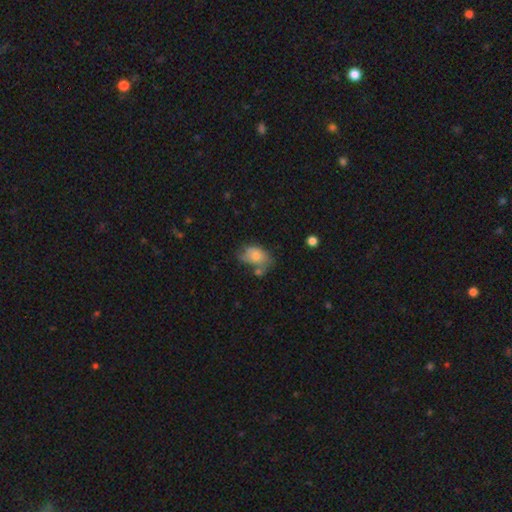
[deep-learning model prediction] A smooth galaxy with no disk features (68%) that is in between round and cigar-shaped (82%).

Vote fractions:
- Smooth or featured? smooth: 68% / featured or disk: 23% / star or artifact: 8%
- How rounded? in between: 82% / round: 17% / cigar-shaped: 1%
- Merging? none: 37% / minor disturbance: 32% / major disturbance: 16% / merger: 15%